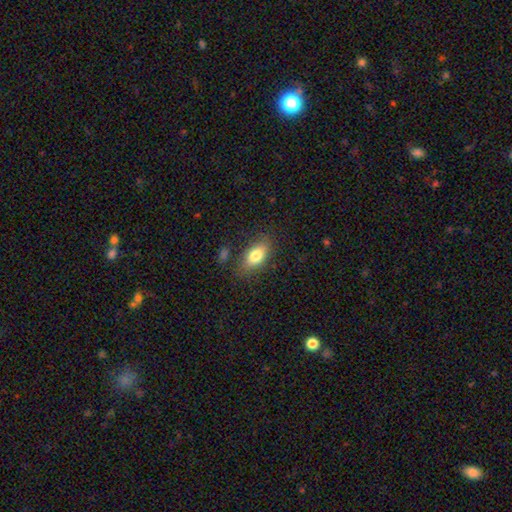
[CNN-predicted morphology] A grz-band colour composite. It shows a smooth galaxy with no disk features (79%) that is in between round and cigar-shaped (88%). Merging: none (78%).